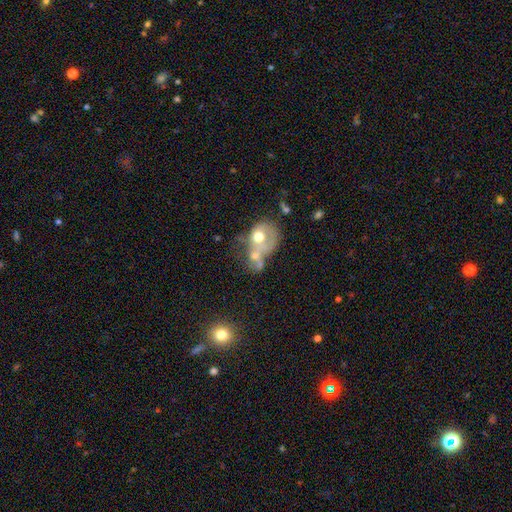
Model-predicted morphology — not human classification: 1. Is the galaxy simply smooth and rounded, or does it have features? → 45% smooth, 42% featured or disk, 12% star or artifact.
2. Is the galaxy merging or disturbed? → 56% merger, 19% major disturbance, 15% none, 10% minor disturbance.